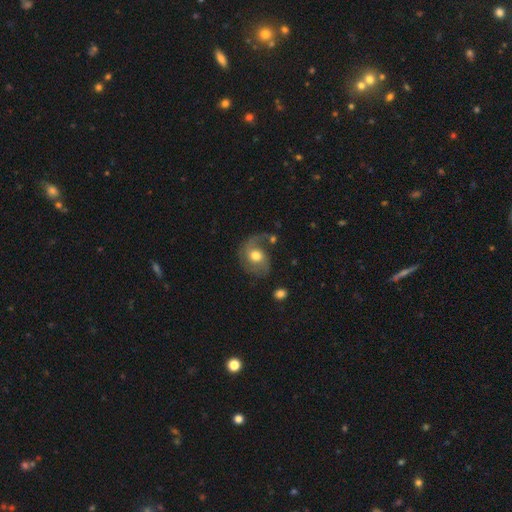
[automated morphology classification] This is likely a featured or disk galaxy (62%). It is clearly not viewed edge-on (97%). Bar: likely no (69%). Spiral arm pattern: clearly yes (84%). Central bulge: likely moderate (72%). Merging: possibly none (46%).